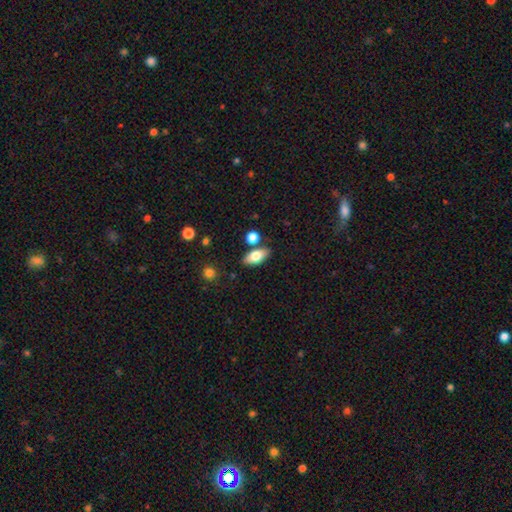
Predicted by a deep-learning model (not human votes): Smooth or featured? smooth (77%)
How rounded? in between (88%)
Merging? none (77%)